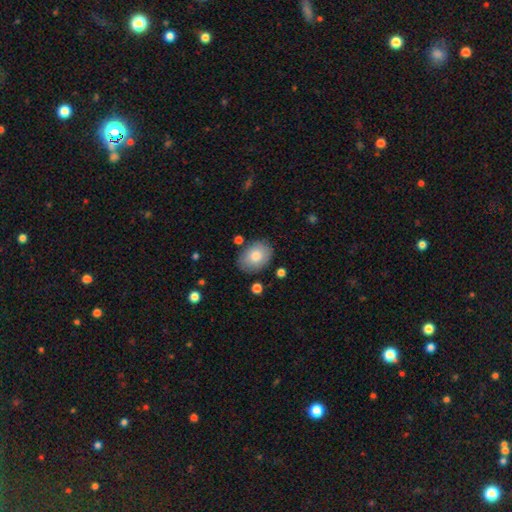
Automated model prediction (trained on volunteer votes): Smooth or featured: smooth — 79% (featured or disk — 14%)
How rounded: in between — 75% (round — 24%)
Merging: none — 81% (minor disturbance — 13%)